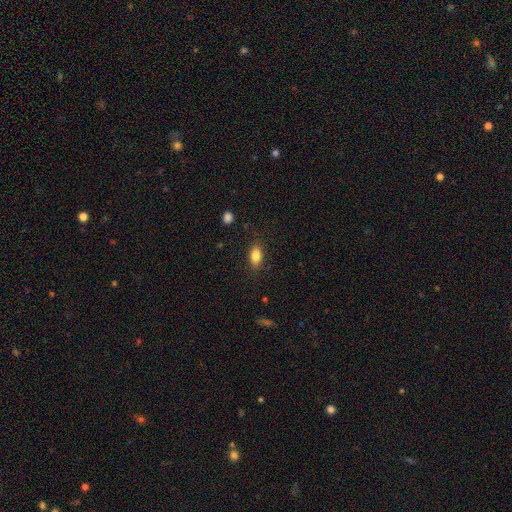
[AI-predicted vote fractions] Smooth or featured: smooth — 83% (featured or disk — 9%)
How rounded: in between — 85% (round — 8%)
Merging: none — 85% (minor disturbance — 11%)